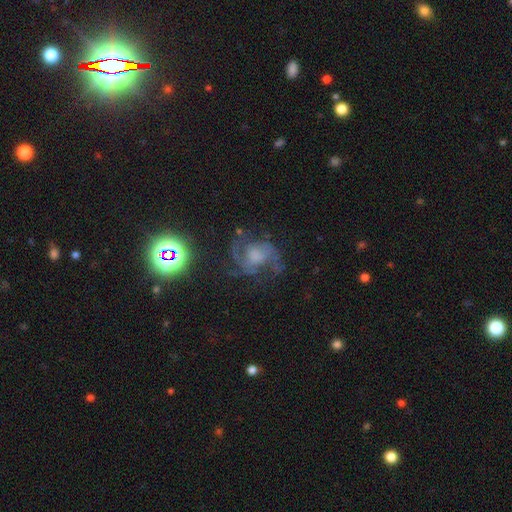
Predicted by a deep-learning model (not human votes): smooth-or-featured: featured or disk: 72% | star or artifact: 16% | smooth: 12%
  disk-edge-on: no: 97% | yes: 3%
    bar: no: 63% | weak: 30% | strong: 7%
    has-spiral-arms: yes: 91% | no: 9%
      spiral-winding: medium: 53% | tight: 25% | loose: 22%
      spiral-arm-count: 2: 48% | can't tell: 19% | 3: 19% | 4: 5% | 1: 5% | more than 4: 4%
    bulge-size: moderate: 36% | small: 22% | none: 22% | large: 17% | dominant: 3%
  merging: none: 60% | major disturbance: 20% | minor disturbance: 18% | merger: 2%